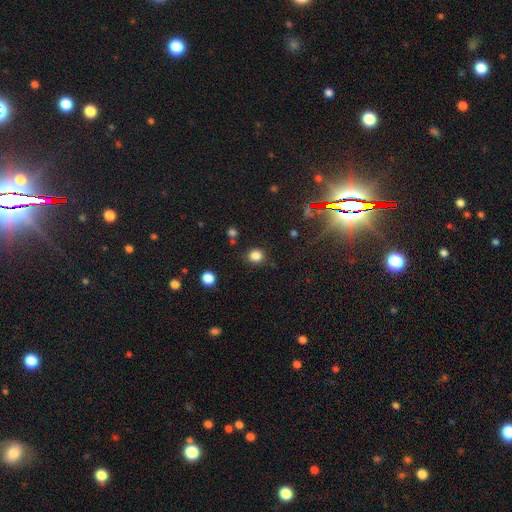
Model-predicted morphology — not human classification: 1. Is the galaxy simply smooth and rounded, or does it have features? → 82% smooth, 13% star or artifact, 4% featured or disk.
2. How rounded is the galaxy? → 84% round, 15% in between, 1% cigar-shaped.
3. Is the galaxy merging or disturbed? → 84% none, 10% minor disturbance, 3% merger, 3% major disturbance.